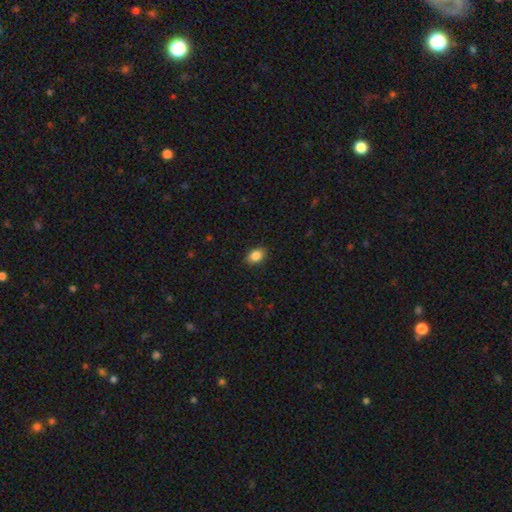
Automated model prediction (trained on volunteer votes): This appears to be a smooth galaxy with no disk features (87%) that is in between round and cigar-shaped (77%). Merging: none (88%).